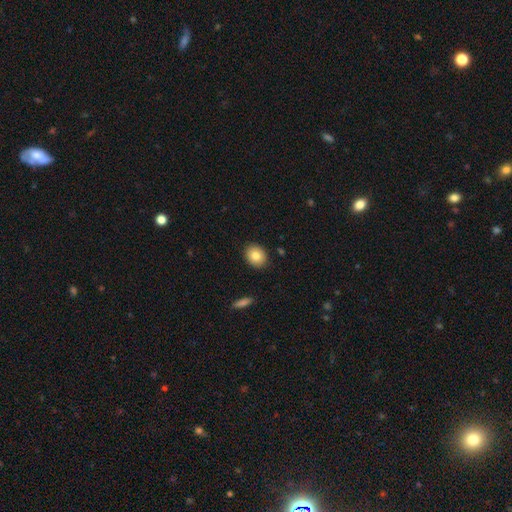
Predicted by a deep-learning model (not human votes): Smooth or featured? smooth (82%)
How rounded? round (59%)
Merging? none (90%)